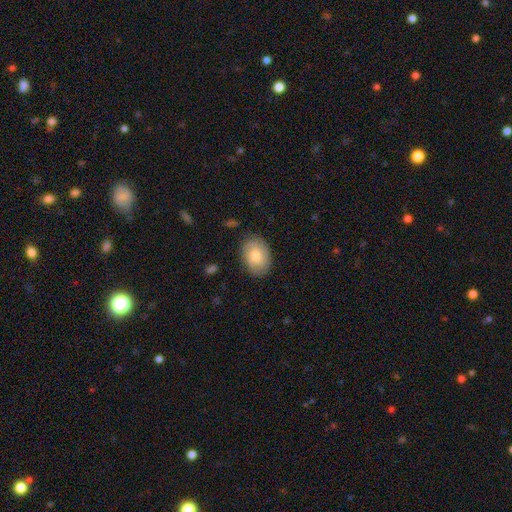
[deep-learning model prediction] This appears to be a smooth galaxy with no disk features (61%) that is in between round and cigar-shaped (79%). Merging: none (80%).